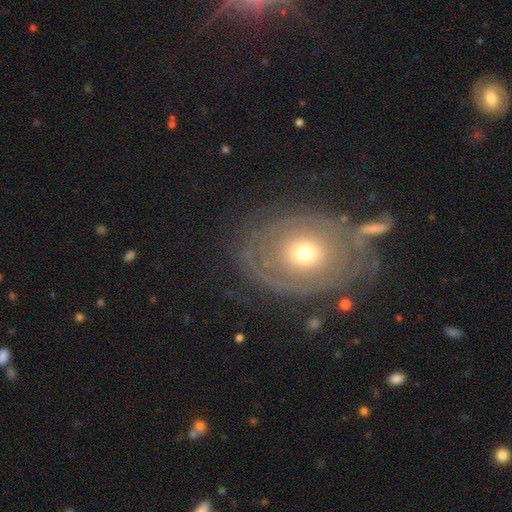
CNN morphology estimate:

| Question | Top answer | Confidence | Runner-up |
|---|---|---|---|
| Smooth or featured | featured or disk | 68% | smooth (22%) |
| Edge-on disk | no | 95% | yes (5%) |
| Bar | no | 87% | weak (10%) |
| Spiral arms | yes | 58% | no (42%) |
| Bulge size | moderate | 57% | small (35%) |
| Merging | none | 71% | minor disturbance (15%) |